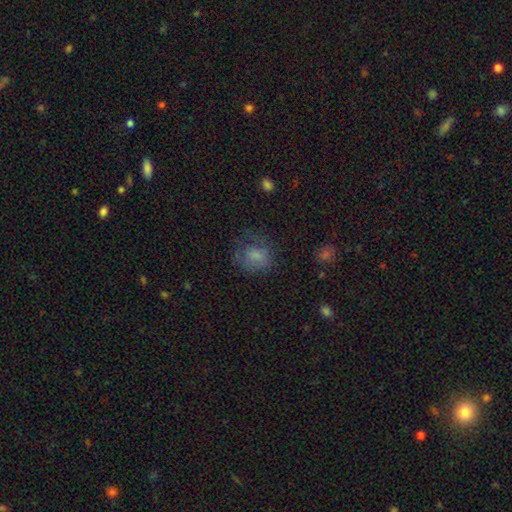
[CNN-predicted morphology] Smooth or featured: smooth — 70% (featured or disk — 17%)
How rounded: round — 60% (in between — 39%)
Merging: none — 51% (minor disturbance — 24%)